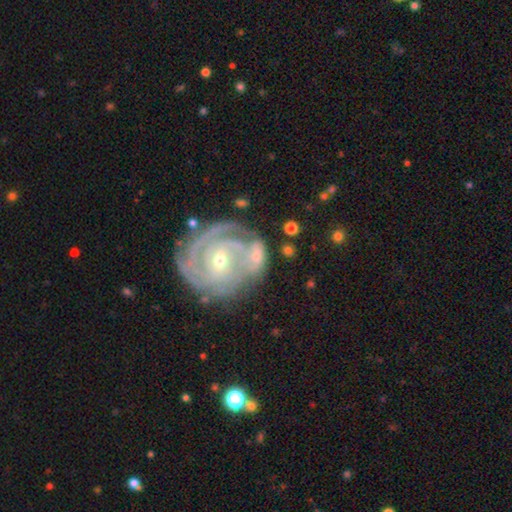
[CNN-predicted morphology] featured or disk 67%, smooth 25%, star or artifact 8%. Down the decision tree: edge-on disk — no (97%); bar — no (53%); spiral arms — yes (86%); spiral arm count — can't tell (27%, tied with 2); spiral winding — tight (66%); bulge size — moderate (47%); merging — none (42%).